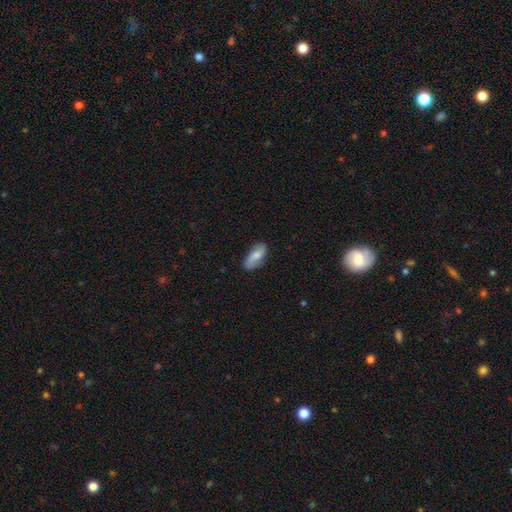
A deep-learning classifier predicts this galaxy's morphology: Smooth or featured? smooth (58%)
How rounded? in between (85%)
Merging? none (77%)